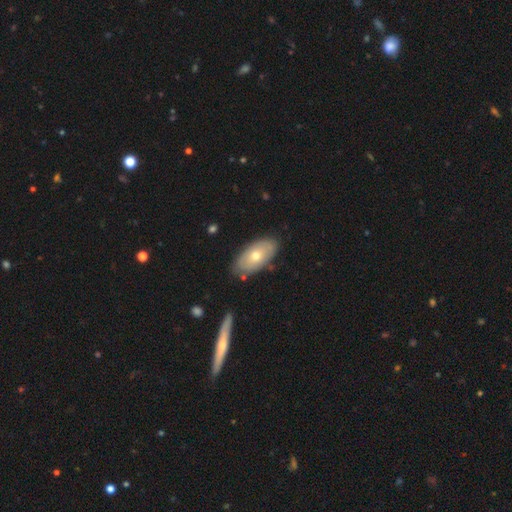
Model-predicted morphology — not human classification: This is possibly a smooth galaxy (57%). How rounded: clearly in between (93%). Merging: clearly none (80%).